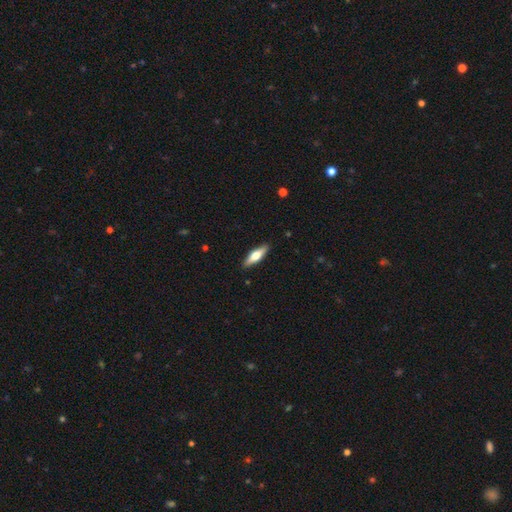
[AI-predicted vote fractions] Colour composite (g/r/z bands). It shows a smooth galaxy with no disk features (51%) that is cigar-shaped (58%). Merging: none (89%).